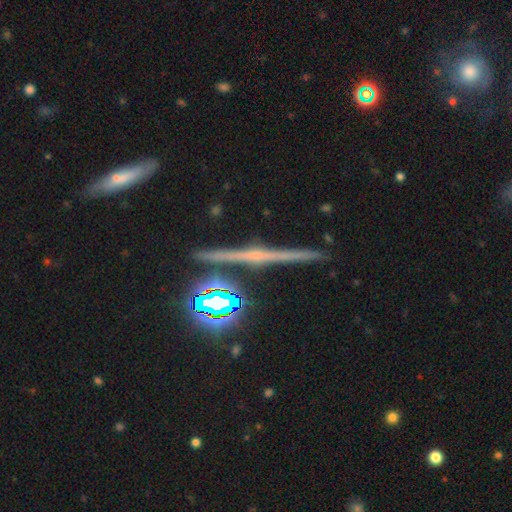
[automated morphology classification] featured or disk 72%, star or artifact 16%, smooth 12%. Down the decision tree: edge-on disk — yes (97%); edge-on bulge — rounded (66%); merging — none (89%).